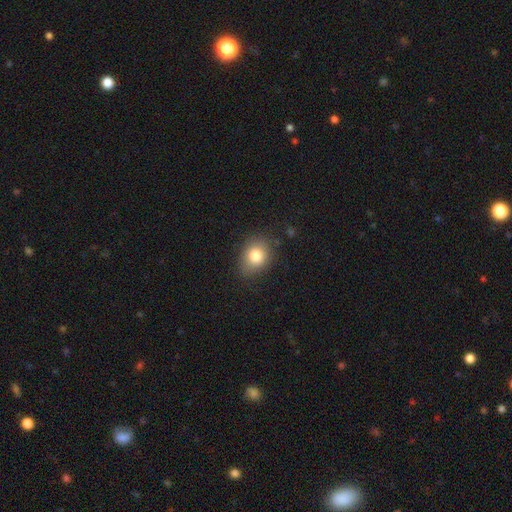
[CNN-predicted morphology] Smooth or featured? smooth (80%)
How rounded? in between (50%)
Merging? none (78%)